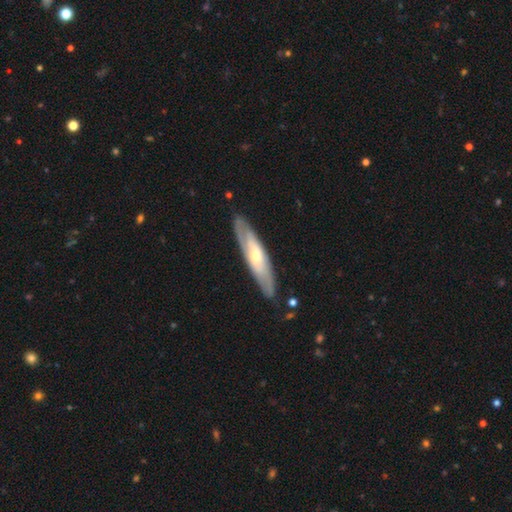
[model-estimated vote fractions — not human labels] Morphology: type=featured or disk (64%); edge-on=no (54%); merging=none (83%).